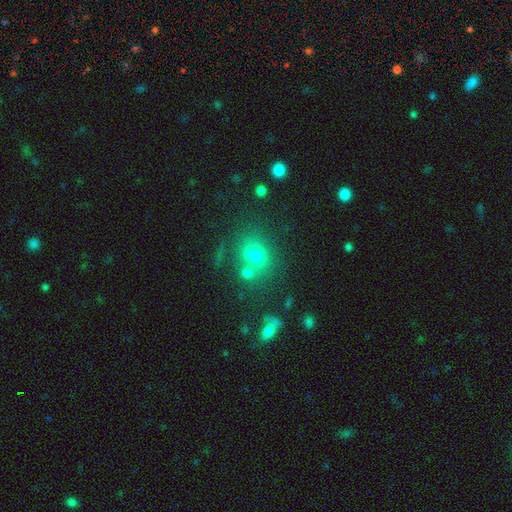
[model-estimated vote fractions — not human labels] A smooth galaxy with no disk features (64%) that is round (69%).

Vote fractions:
- Smooth or featured? smooth: 64% / star or artifact: 20% / featured or disk: 16%
- How rounded? round: 69% / in between: 30% / cigar-shaped: 1%
- Merging? none: 49% / merger: 32% / minor disturbance: 12% / major disturbance: 6%